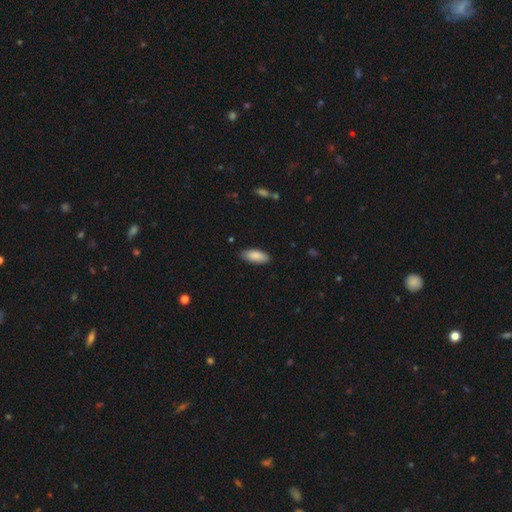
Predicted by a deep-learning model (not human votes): Smooth or featured? smooth (89%)
How rounded? in between (86%)
Merging? none (85%)